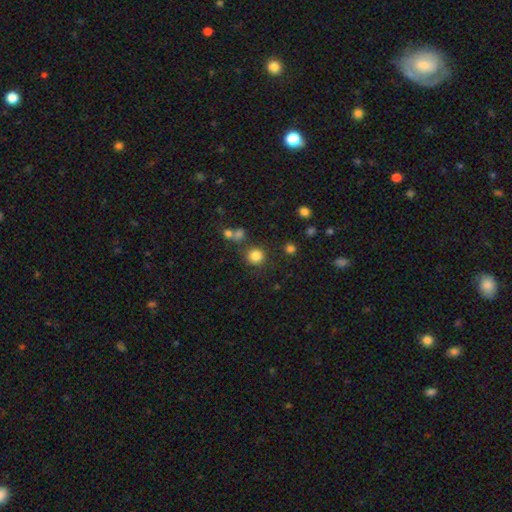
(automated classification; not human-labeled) Smooth or featured? Predicted: smooth (p=0.82). How rounded? Predicted: round (p=0.91). Merging? Predicted: none (p=0.80).